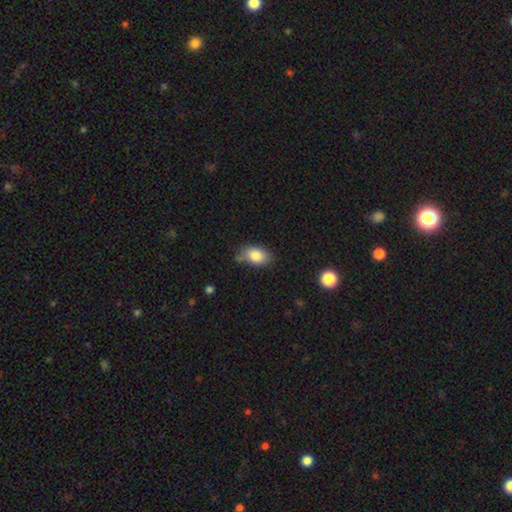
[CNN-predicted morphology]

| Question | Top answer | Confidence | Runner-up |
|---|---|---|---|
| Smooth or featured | smooth | 83% | featured or disk (9%) |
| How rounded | in between | 87% | round (12%) |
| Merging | none | 67% | minor disturbance (23%) |